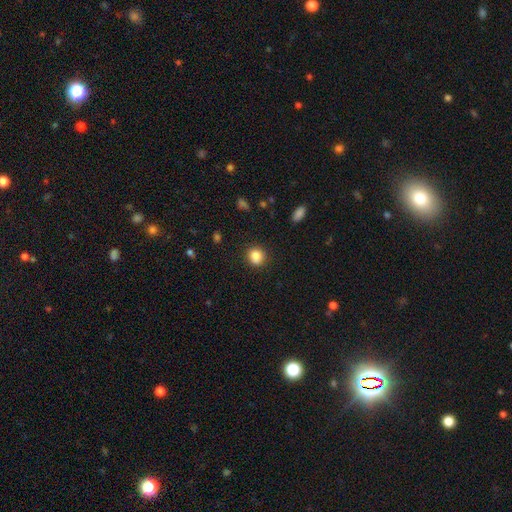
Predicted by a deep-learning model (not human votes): Smooth or featured? Predicted: smooth (p=0.85). How rounded? Predicted: round (p=0.82). Merging? Predicted: none (p=0.88).